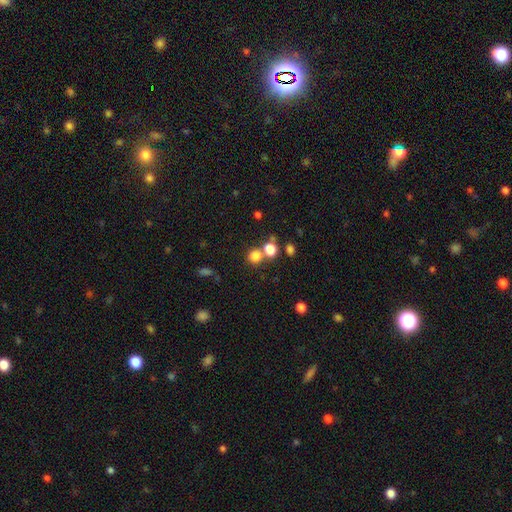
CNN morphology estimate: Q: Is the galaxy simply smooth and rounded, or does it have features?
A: smooth — 78%.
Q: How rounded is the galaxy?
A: round — 88%.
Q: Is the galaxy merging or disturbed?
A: none — 61%.